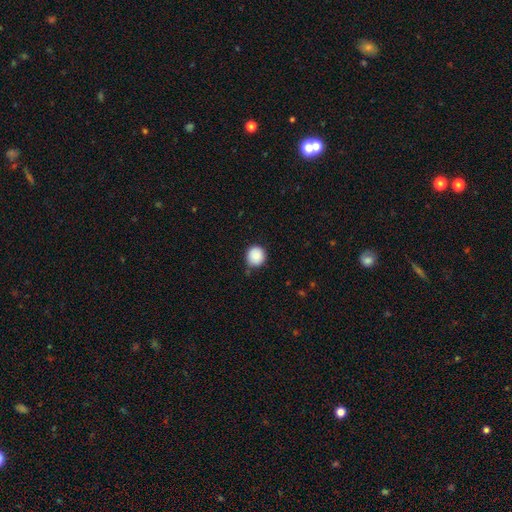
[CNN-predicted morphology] Smooth or featured? Predicted: smooth (p=0.87). How rounded? Predicted: round (p=0.93). Merging? Predicted: none (p=0.80).